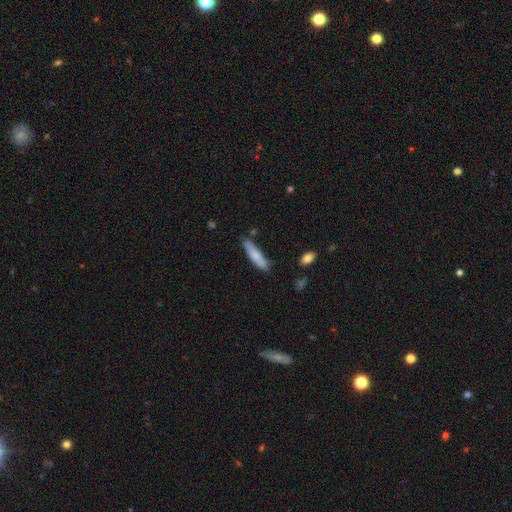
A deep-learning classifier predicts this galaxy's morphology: Q: Smooth or featured?
A: smooth (79%); runner-up: featured or disk (16%)
Q: How rounded?
A: cigar-shaped (81%); runner-up: in between (18%)
Q: Merging?
A: none (80%); runner-up: minor disturbance (15%)